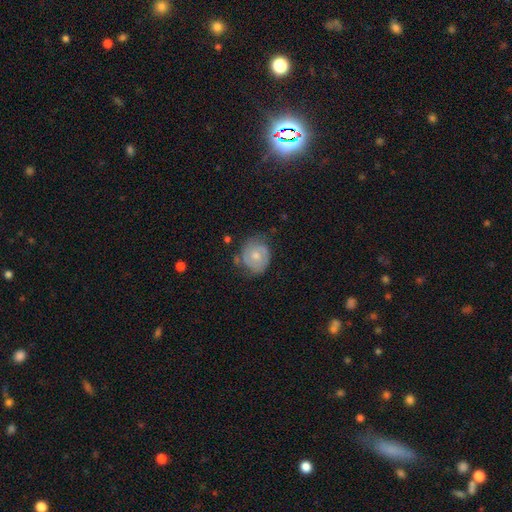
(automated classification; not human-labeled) A featured or disk galaxy (58%) with no bar (76%), spiral arms (82%) and a moderate central bulge (53%).

Vote fractions:
- Smooth or featured? featured or disk: 58% / smooth: 35% / star or artifact: 7%
- Edge-on disk? no: 97% / yes: 3%
- Bar? no: 76% / weak: 20% / strong: 3%
- Spiral arms? yes: 82% / no: 18%
- Bulge size? moderate: 53% / small: 42% / large: 2% / none: 2% / dominant: 1%
- Merging? none: 60% / minor disturbance: 28% / major disturbance: 10% / merger: 3%